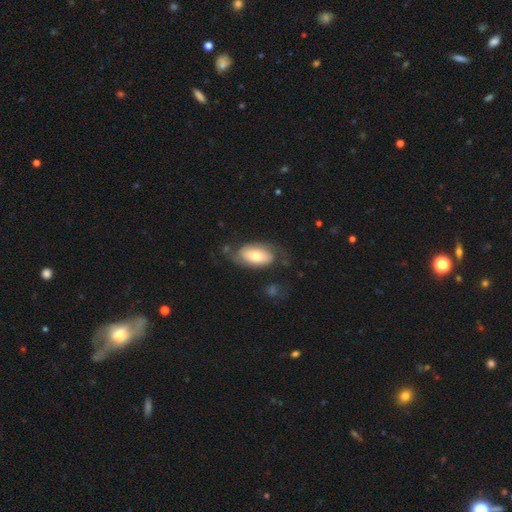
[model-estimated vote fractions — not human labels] Smooth or featured: smooth — 53% (featured or disk — 41%)
How rounded: in between — 92% (round — 4%)
Merging: none — 56% (minor disturbance — 24%)